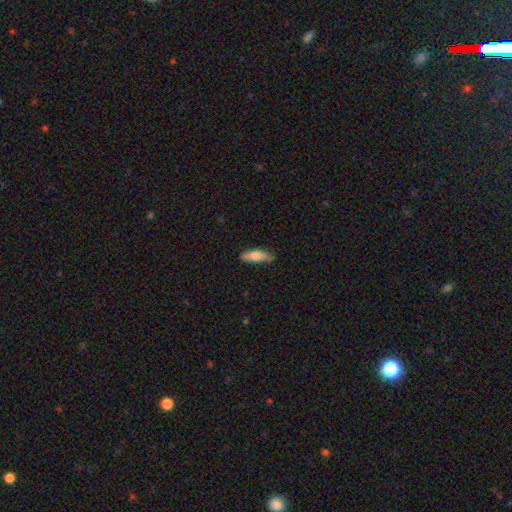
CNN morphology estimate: A smooth galaxy with no disk features (76%) that is cigar-shaped (50%). Merging: none (78%).